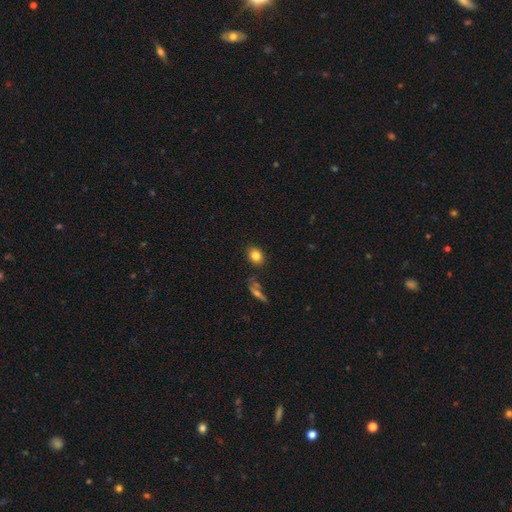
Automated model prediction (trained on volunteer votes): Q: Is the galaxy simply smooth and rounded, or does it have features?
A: smooth — 82%.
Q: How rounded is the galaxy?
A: in between — 54%.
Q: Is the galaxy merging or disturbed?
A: none — 84%.